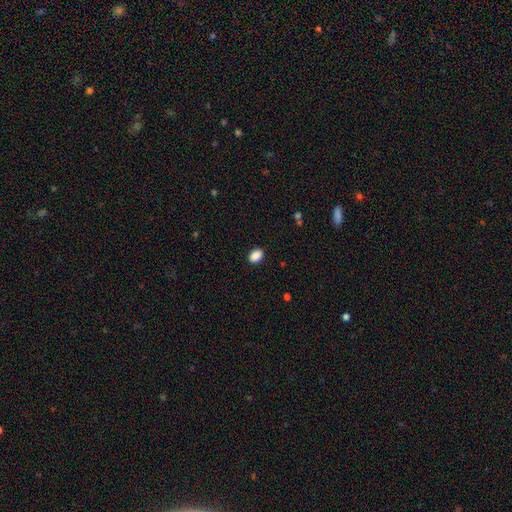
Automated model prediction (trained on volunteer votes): A smooth galaxy with no disk features (90%) that is in between round and cigar-shaped (79%). Merging: none (89%).